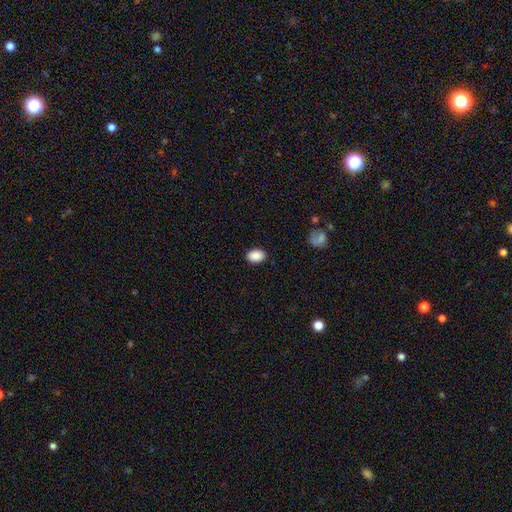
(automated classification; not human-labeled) Q: Smooth or featured?
A: smooth (90%); runner-up: star or artifact (7%)
Q: How rounded?
A: in between (84%); runner-up: round (15%)
Q: Merging?
A: none (88%); runner-up: minor disturbance (9%)